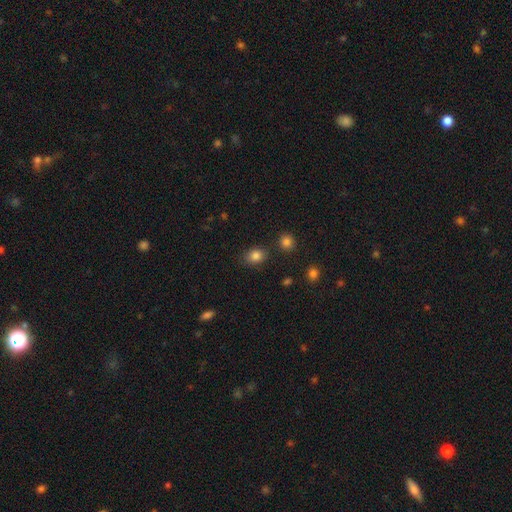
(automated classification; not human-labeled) This appears to be a smooth galaxy with no disk features (84%) that is in between round and cigar-shaped (56%). Merging: none (82%).